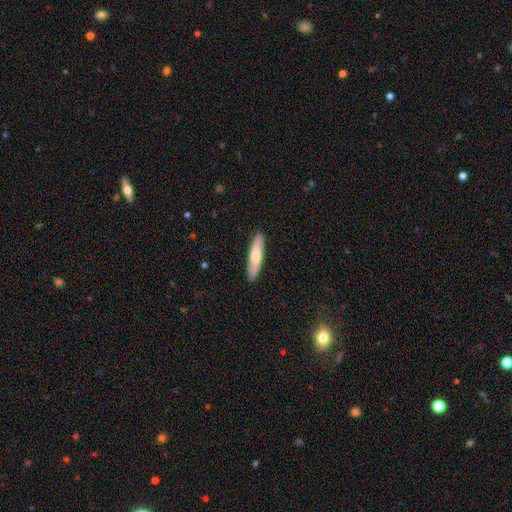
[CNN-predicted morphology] smooth-or-featured: smooth: 69% | featured or disk: 26% | star or artifact: 5%
  how-rounded: cigar-shaped: 80% | in between: 19% | round: 2%
  merging: none: 89% | minor disturbance: 8% | major disturbance: 2% | merger: 1%